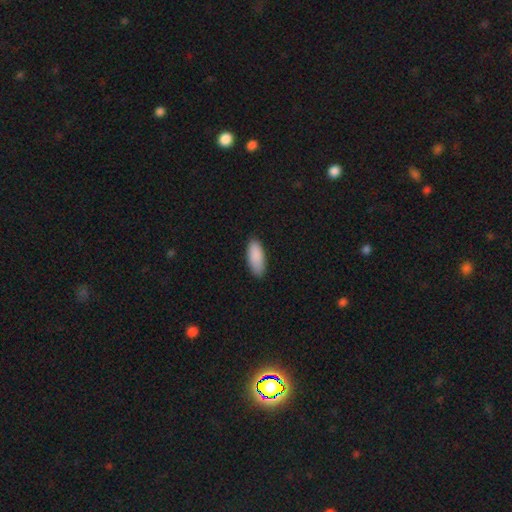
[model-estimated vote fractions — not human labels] A smooth galaxy with no disk features (90%) that is in between round and cigar-shaped (83%).

Vote fractions:
- Smooth or featured? smooth: 90% / star or artifact: 6% / featured or disk: 4%
- How rounded? in between: 83% / cigar-shaped: 16% / round: 2%
- Merging? none: 84% / minor disturbance: 13% / major disturbance: 2% / merger: 1%